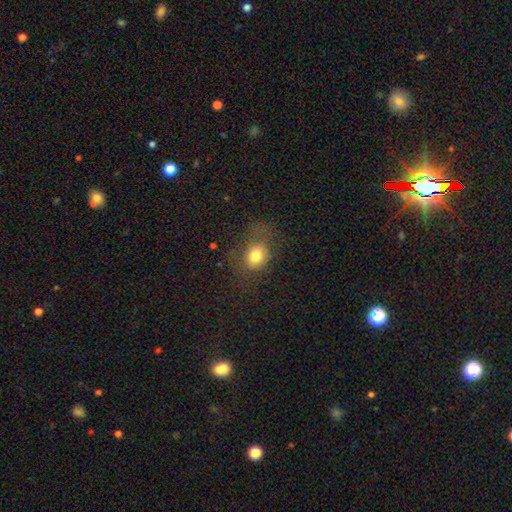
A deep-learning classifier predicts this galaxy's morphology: A smooth galaxy with no disk features (77%) that is round (56%).

Vote fractions:
- Smooth or featured? smooth: 77% / star or artifact: 13% / featured or disk: 10%
- How rounded? round: 56% / in between: 43% / cigar-shaped: 1%
- Merging? none: 64% / minor disturbance: 20% / major disturbance: 15% / merger: 2%